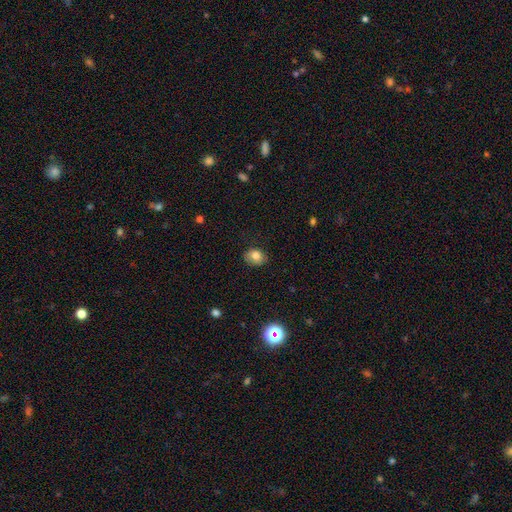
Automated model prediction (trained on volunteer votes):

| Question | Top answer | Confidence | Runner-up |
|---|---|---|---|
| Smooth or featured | smooth | 79% | star or artifact (11%) |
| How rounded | in between | 51% | round (48%) |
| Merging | none | 78% | minor disturbance (18%) |